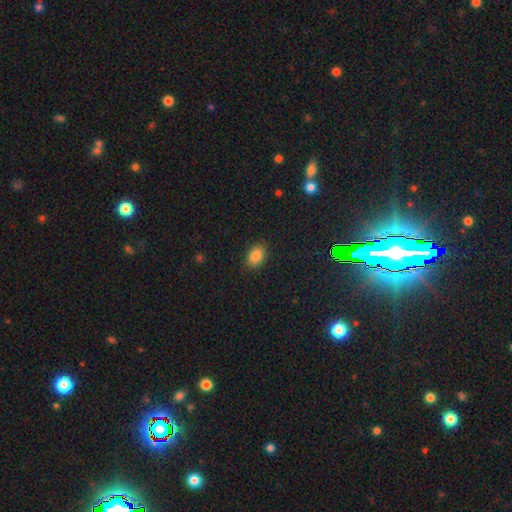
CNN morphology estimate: type=smooth (85%); roundness=in between (73%); merging=none (88%).